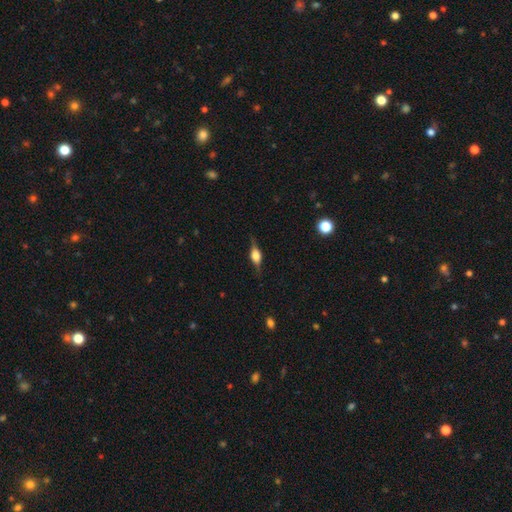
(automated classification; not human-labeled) The model was most divided on "smooth or featured": featured or disk: 61%, smooth: 31%, star or artifact: 8%. More confident: edge-on disk — yes (95%); edge-on bulge — rounded (88%); merging — none (78%).